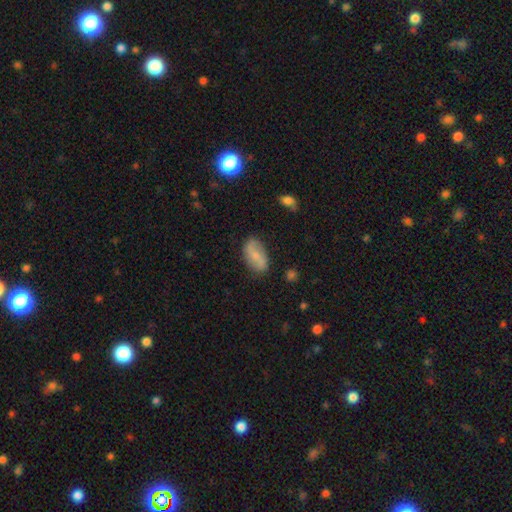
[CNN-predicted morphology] A smooth galaxy with no disk features (51%) that is in between round and cigar-shaped (90%).

Vote fractions:
- Smooth or featured? smooth: 51% / featured or disk: 41% / star or artifact: 8%
- How rounded? in between: 90% / round: 5% / cigar-shaped: 5%
- Merging? none: 76% / minor disturbance: 18% / major disturbance: 4% / merger: 2%